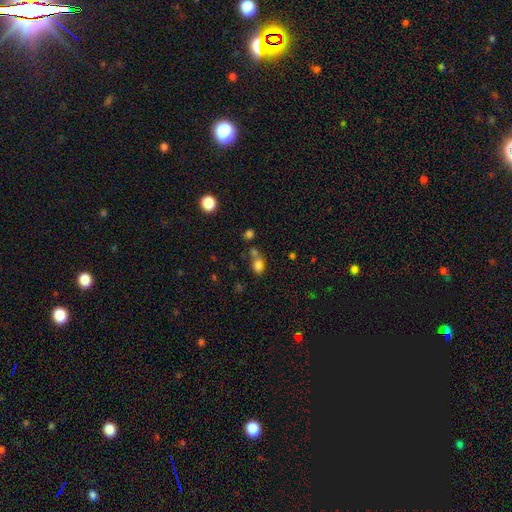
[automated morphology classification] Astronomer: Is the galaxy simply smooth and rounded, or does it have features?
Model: smooth — 59%.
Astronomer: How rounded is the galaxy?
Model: in between — 61%.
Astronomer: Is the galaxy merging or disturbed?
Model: none — 47% (runner-up: merger, 34%).